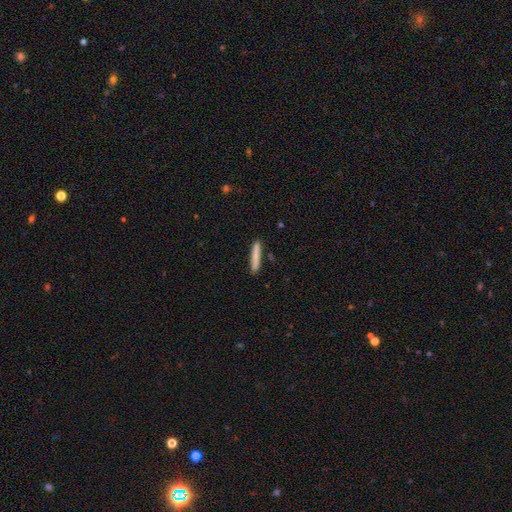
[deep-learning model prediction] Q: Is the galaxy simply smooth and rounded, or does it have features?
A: smooth — 82%.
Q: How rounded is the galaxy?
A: cigar-shaped — 94%.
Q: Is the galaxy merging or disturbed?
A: none — 87%.